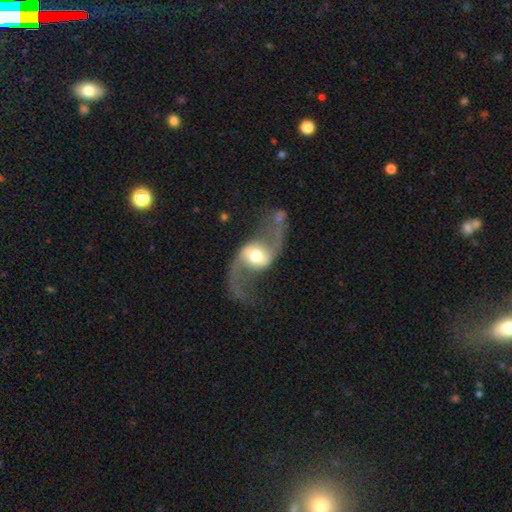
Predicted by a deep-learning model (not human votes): Smooth or featured? featured or disk (87%)
Edge-on disk? no (95%)
Bar? no (38%)
Spiral arms? yes (94%)
Spiral winding? loose (86%)
Spiral arm count? 2 (94%)
Bulge size? moderate (62%)
Merging? none (60%)